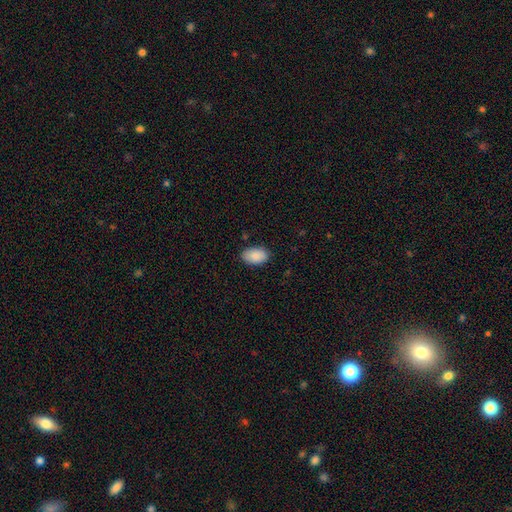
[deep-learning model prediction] Overall: smooth (89%). How rounded: in between (93%). Merging: none (86%).